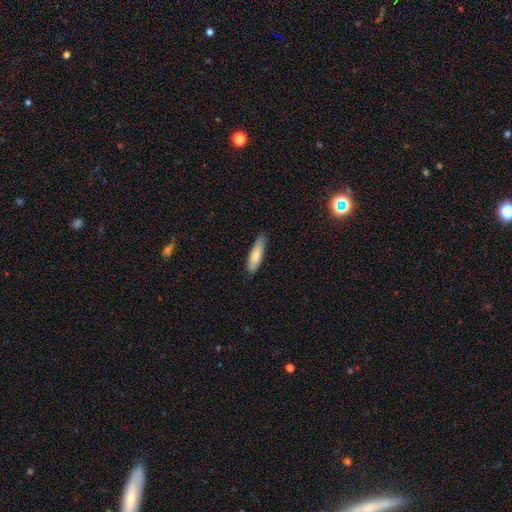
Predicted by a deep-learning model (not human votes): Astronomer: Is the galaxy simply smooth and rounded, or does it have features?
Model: smooth — 75%.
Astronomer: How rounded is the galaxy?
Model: cigar-shaped — 51% (runner-up: in between, 47%).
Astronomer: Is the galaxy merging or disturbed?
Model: none — 80%.